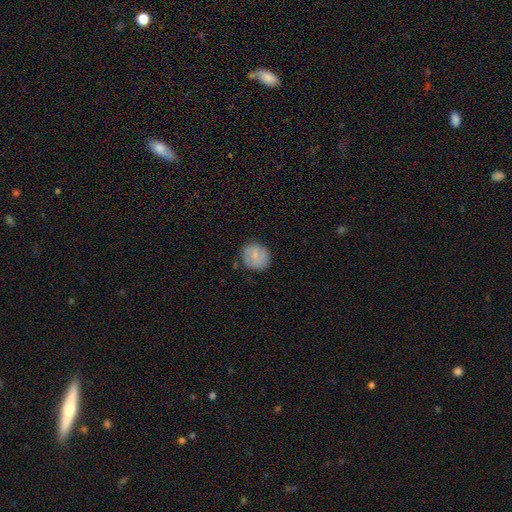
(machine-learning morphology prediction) Overall: smooth (65%; featured or disk 27%). How rounded: round (86%). Merging: none (78%).